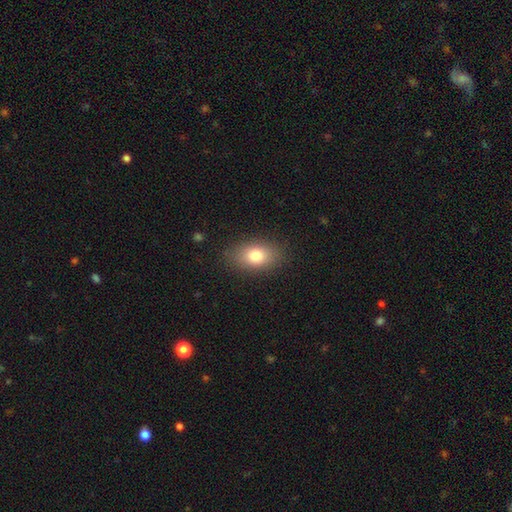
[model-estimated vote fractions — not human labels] smooth_or_featured: smooth (p=0.80) [alt: featured or disk p=0.11]
how_rounded: in between (p=0.85) [alt: round p=0.14]
merging: none (p=0.86) [alt: minor disturbance p=0.10]